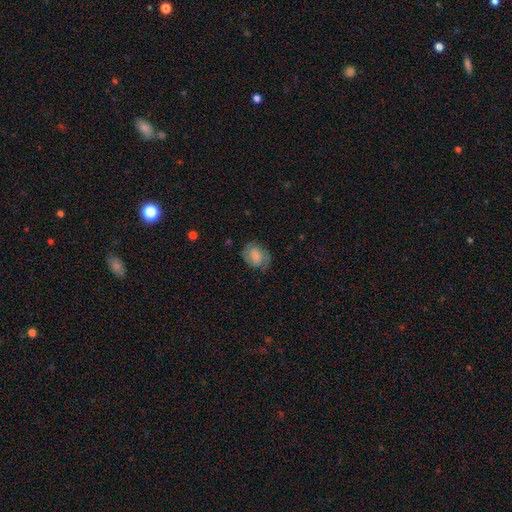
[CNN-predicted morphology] smooth-or-featured: featured or disk: 55% | smooth: 36% | star or artifact: 8%
  disk-edge-on: no: 97% | yes: 3%
    bar: no: 51% | weak: 38% | strong: 11%
    has-spiral-arms: yes: 87% | no: 13%
    bulge-size: none: 32% | small: 24% | moderate: 23% | large: 18% | dominant: 3%
  merging: none: 69% | minor disturbance: 20% | major disturbance: 9% | merger: 1%